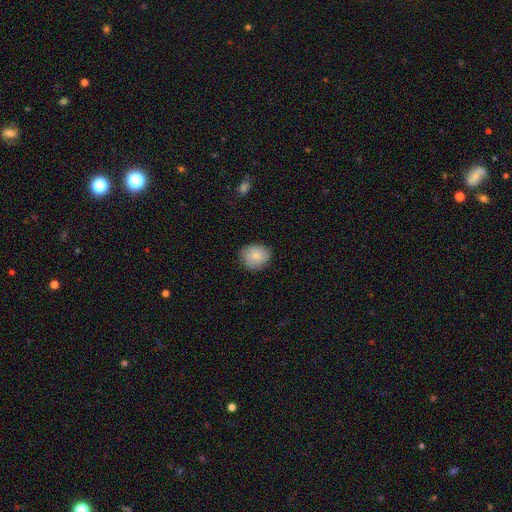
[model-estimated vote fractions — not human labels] Smooth or featured? smooth (78%)
How rounded? round (73%)
Merging? none (79%)